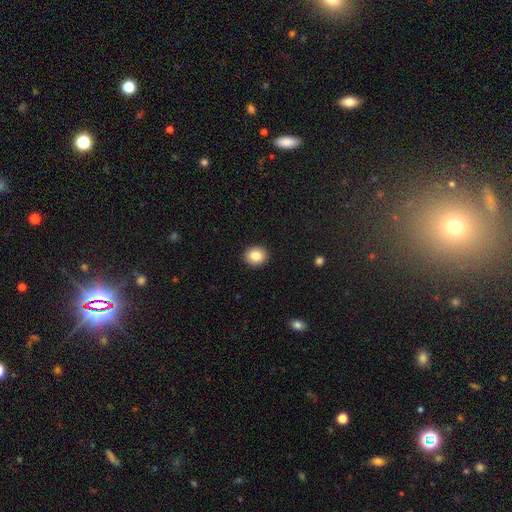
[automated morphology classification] Overall: smooth (84%). How rounded: round (73%). Merging: none (92%).